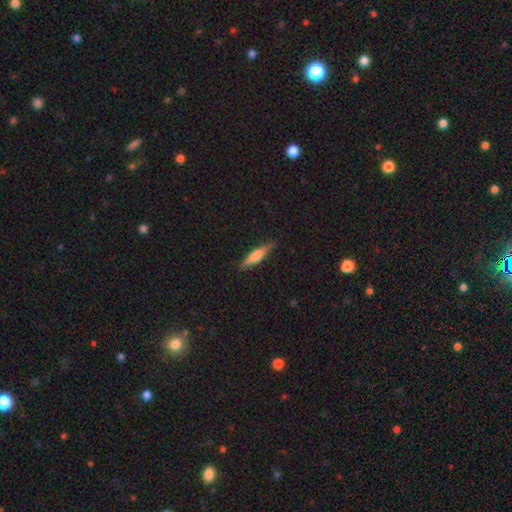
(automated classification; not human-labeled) A smooth galaxy with no disk features (58%) that is cigar-shaped (76%).

Vote fractions:
- Smooth or featured? smooth: 58% / featured or disk: 36% / star or artifact: 6%
- How rounded? cigar-shaped: 76% / in between: 22% / round: 2%
- Merging? none: 84% / minor disturbance: 12% / major disturbance: 2% / merger: 1%